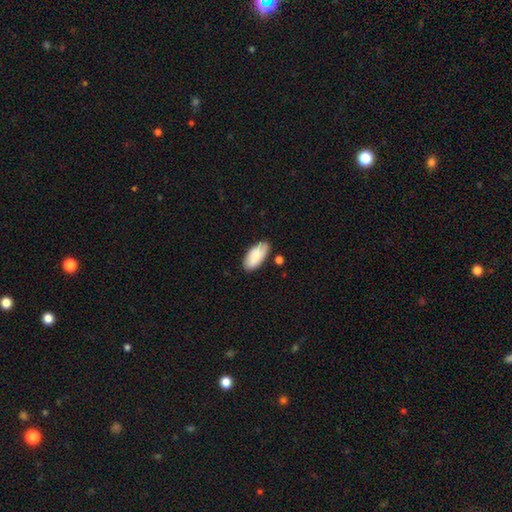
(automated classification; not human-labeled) A smooth galaxy with no disk features (84%) that is in between round and cigar-shaped (92%). Merging: none (78%).